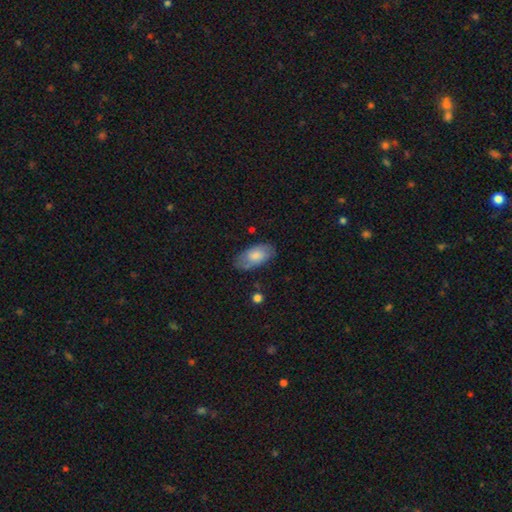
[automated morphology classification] This appears to be a smooth galaxy with no disk features (73%) that is in between round and cigar-shaped (94%). Merging: none (72%).